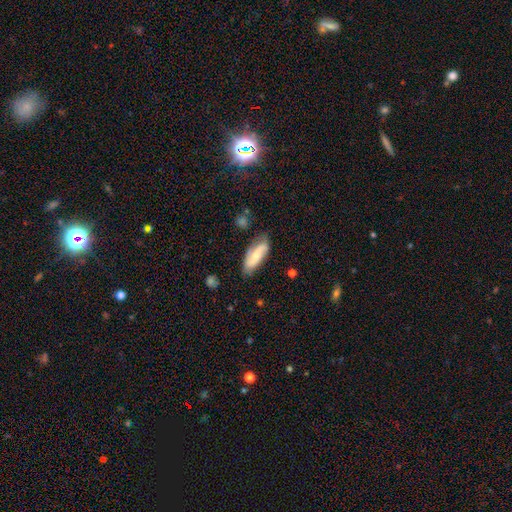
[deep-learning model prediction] smooth_or_featured: smooth (p=0.48) [alt: featured or disk p=0.46]
merging: none (p=0.69) [alt: minor disturbance p=0.23]